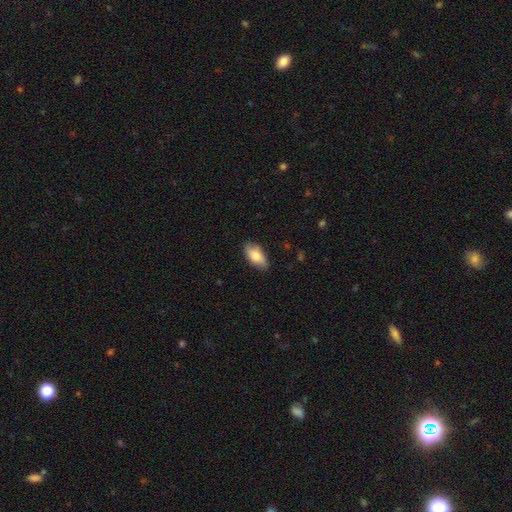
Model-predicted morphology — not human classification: smooth_or_featured: smooth (p=0.80) [alt: featured or disk p=0.14]
how_rounded: in between (p=0.91) [alt: cigar-shaped p=0.06]
merging: none (p=0.80) [alt: minor disturbance p=0.16]